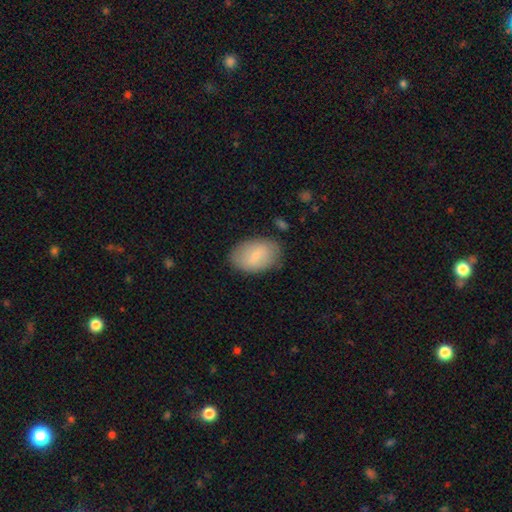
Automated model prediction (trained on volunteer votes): Q: Smooth or featured?
A: smooth (73%); runner-up: featured or disk (21%)
Q: How rounded?
A: in between (90%); runner-up: round (8%)
Q: Merging?
A: none (80%); runner-up: minor disturbance (14%)